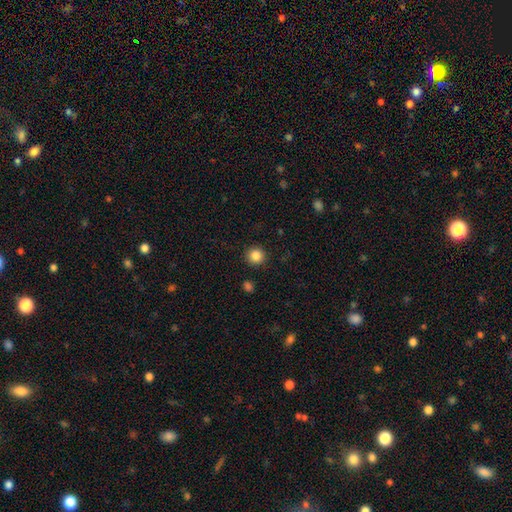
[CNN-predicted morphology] Q: Smooth or featured?
A: smooth (85%); runner-up: star or artifact (11%)
Q: How rounded?
A: round (93%); runner-up: in between (6%)
Q: Merging?
A: none (91%); runner-up: minor disturbance (5%)